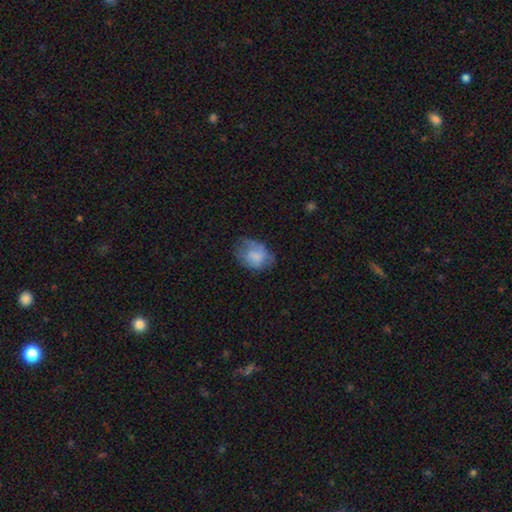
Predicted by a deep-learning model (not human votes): Overall: smooth (68%). How rounded: in between (64%; round 35%). Merging: none (50%; minor disturbance 30%).